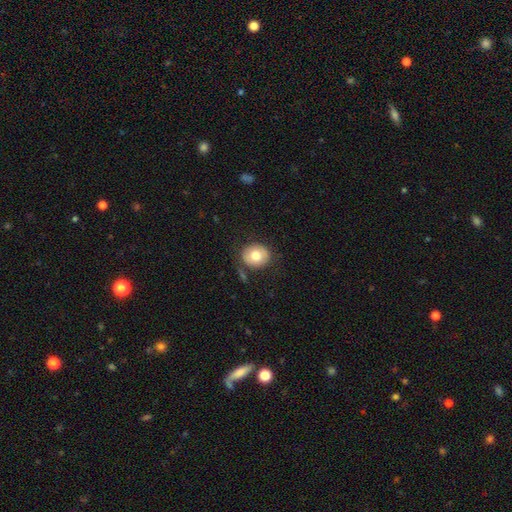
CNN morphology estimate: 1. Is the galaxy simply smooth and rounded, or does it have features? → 72% smooth, 19% featured or disk, 8% star or artifact.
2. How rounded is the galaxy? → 74% round, 25% in between, 1% cigar-shaped.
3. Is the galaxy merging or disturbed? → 79% none, 13% minor disturbance, 4% major disturbance, 3% merger.